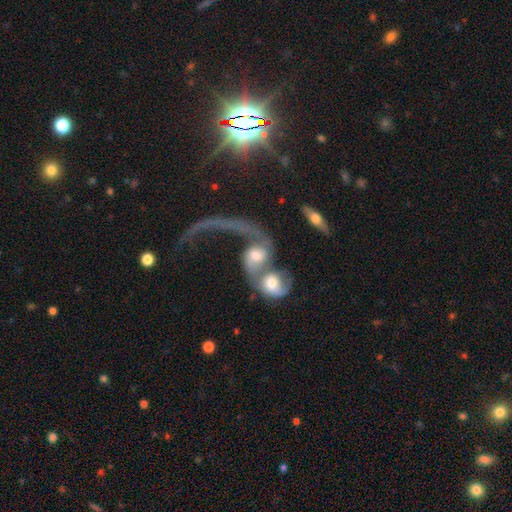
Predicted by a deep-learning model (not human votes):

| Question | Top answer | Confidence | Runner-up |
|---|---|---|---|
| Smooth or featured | featured or disk | 65% | smooth (27%) |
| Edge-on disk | no | 94% | yes (6%) |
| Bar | no | 54% | weak (33%) |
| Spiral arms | yes | 82% | no (18%) |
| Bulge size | moderate | 54% | large (22%) |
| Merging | merger | 78% | major disturbance (11%) |